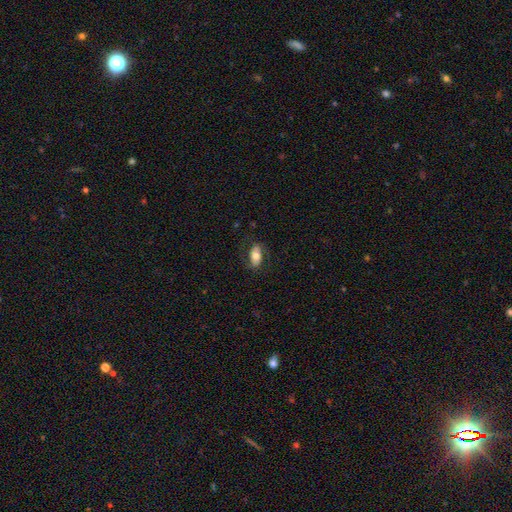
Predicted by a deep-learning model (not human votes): Smooth or featured? smooth (68%)
How rounded? in between (89%)
Merging? none (77%)